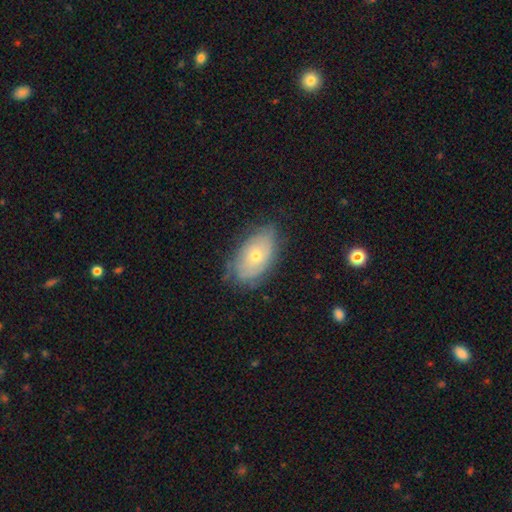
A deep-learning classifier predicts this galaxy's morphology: This appears to be a featured or disk galaxy (49%). Merging: none (72%).